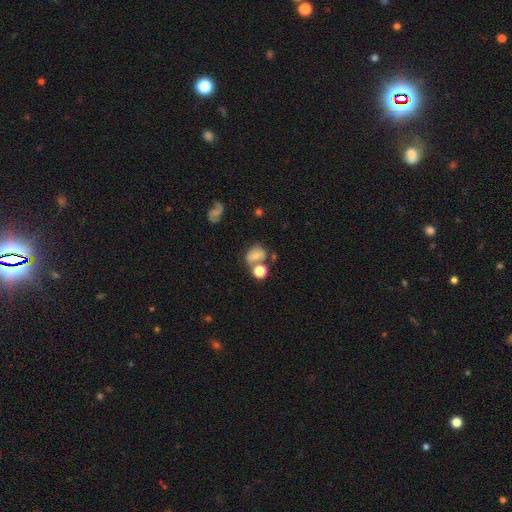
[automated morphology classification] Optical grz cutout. It shows a smooth galaxy with no disk features (59%) that is round (62%). Merging: none (46%).